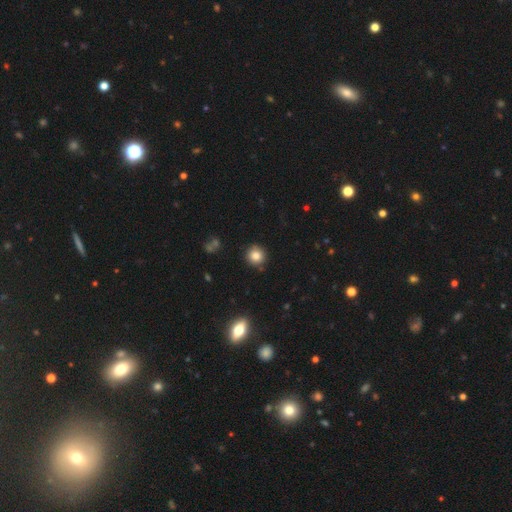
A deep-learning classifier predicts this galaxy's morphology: smooth 83%, star or artifact 11%, featured or disk 6%. Down the decision tree: how rounded — round (93%); merging — none (87%).